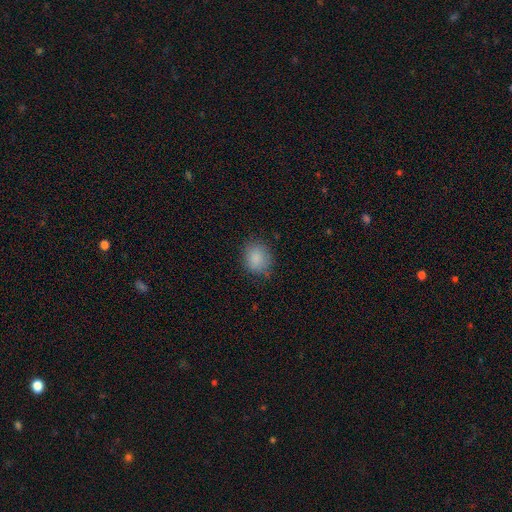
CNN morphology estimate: This appears to be a smooth galaxy with no disk features (86%) that is round (64%). Merging: none (76%).